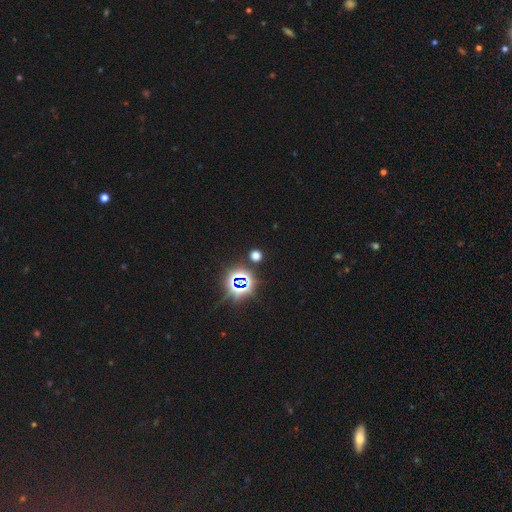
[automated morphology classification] type=smooth (48%); merging=none (85%).